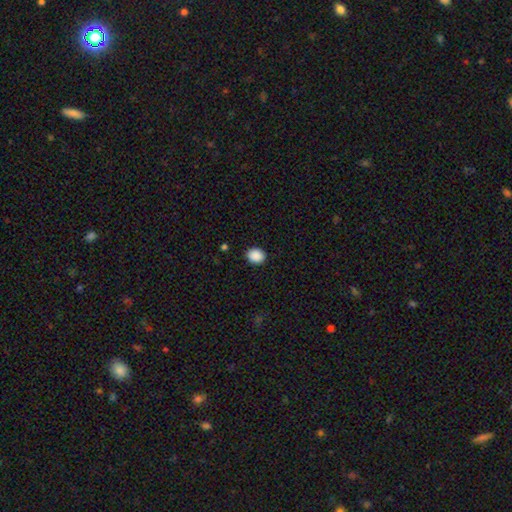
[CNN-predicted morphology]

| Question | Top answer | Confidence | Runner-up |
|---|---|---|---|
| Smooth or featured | smooth | 89% | star or artifact (8%) |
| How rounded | round | 58% | in between (42%) |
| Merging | none | 90% | minor disturbance (7%) |